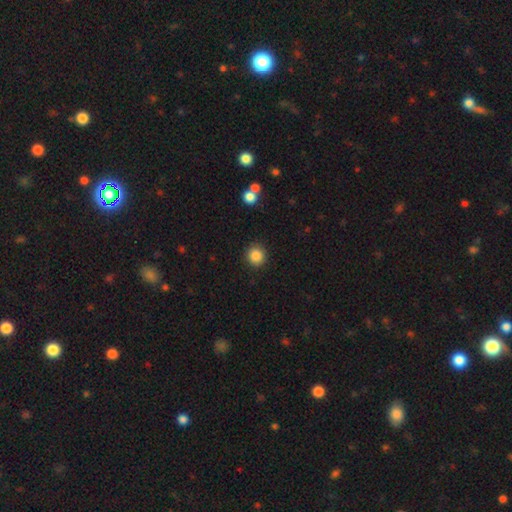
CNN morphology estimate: smooth-or-featured: smooth: 86% | star or artifact: 10% | featured or disk: 4%
  how-rounded: round: 92% | in between: 8% | cigar-shaped: 1%
  merging: none: 90% | minor disturbance: 6% | major disturbance: 2% | merger: 2%